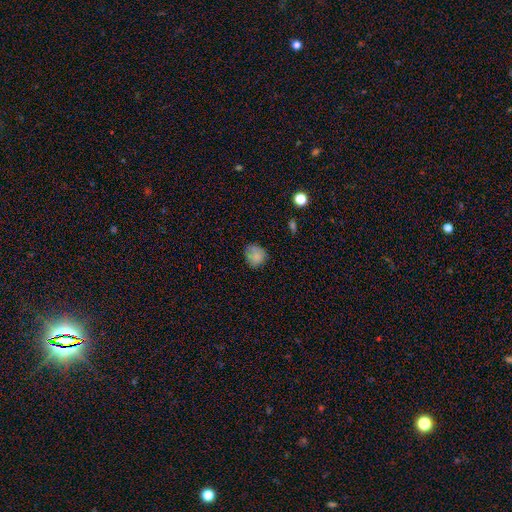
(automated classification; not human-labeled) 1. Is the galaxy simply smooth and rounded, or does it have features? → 81% smooth, 11% star or artifact, 9% featured or disk.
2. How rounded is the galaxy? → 79% round, 20% in between, 1% cigar-shaped.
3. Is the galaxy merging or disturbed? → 70% none, 22% minor disturbance, 6% major disturbance, 2% merger.